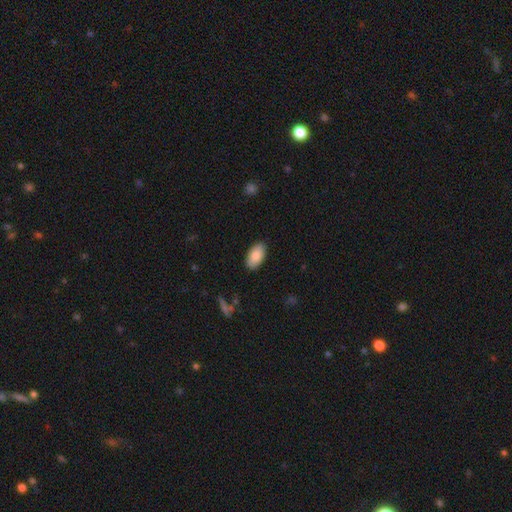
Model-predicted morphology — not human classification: A smooth galaxy with no disk features (86%) that is in between round and cigar-shaped (95%).

Vote fractions:
- Smooth or featured? smooth: 86% / featured or disk: 7% / star or artifact: 6%
- How rounded? in between: 95% / round: 3% / cigar-shaped: 2%
- Merging? none: 88% / minor disturbance: 9% / major disturbance: 2% / merger: 1%